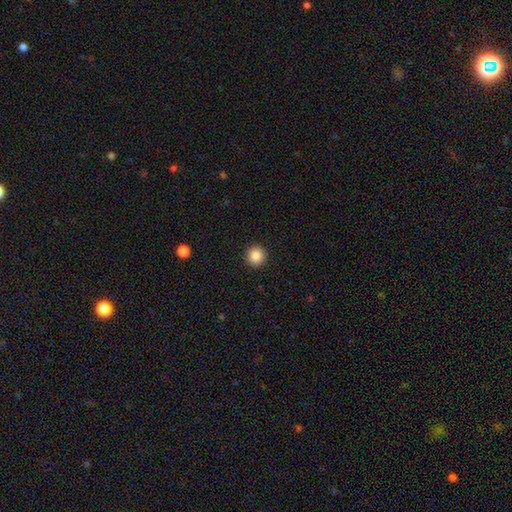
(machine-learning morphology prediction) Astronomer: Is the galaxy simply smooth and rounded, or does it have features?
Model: smooth — 86%.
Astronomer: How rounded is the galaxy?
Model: round — 95%.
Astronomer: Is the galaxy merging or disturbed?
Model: none — 93%.